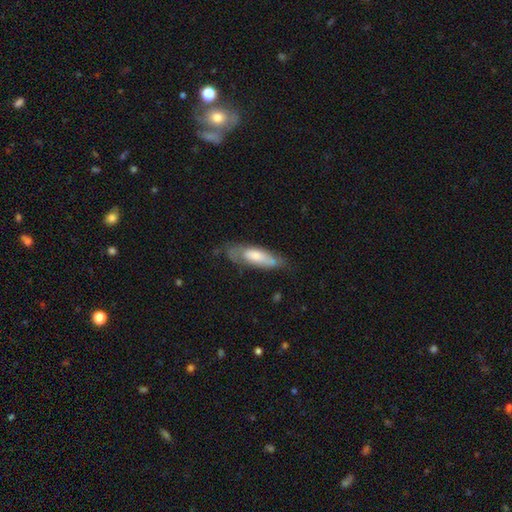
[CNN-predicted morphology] A smooth galaxy with no disk features (53%) that is in between round and cigar-shaped (53%). Merging: none (56%).